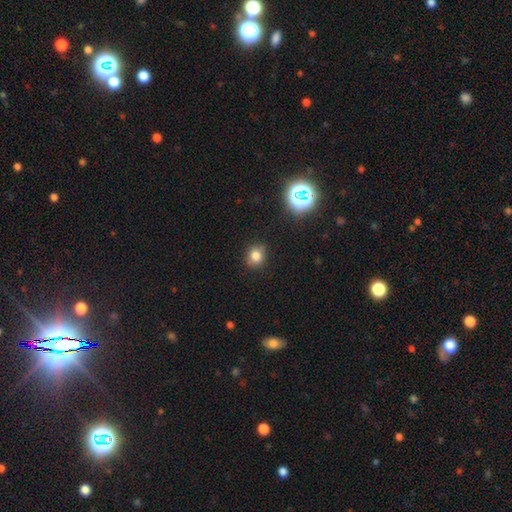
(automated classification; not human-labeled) Morphology: type=smooth (78%); roundness=round (73%); merging=none (83%).